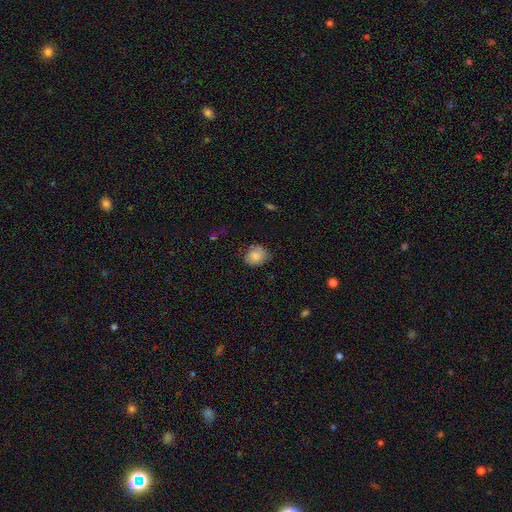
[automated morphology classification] The model was most divided on "how rounded": round: 64%, in between: 35%, cigar-shaped: 1%. More confident: smooth or featured — smooth (76%); merging — none (65%).